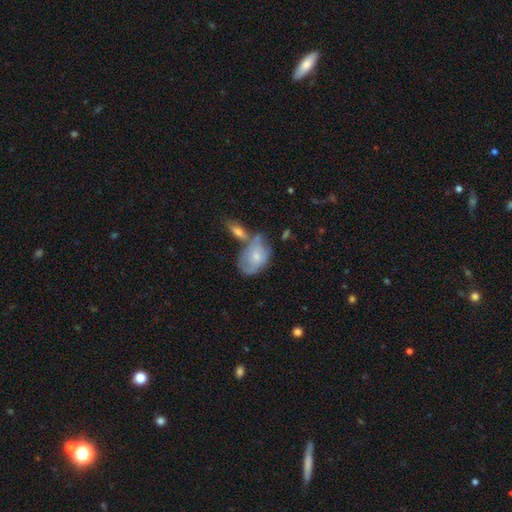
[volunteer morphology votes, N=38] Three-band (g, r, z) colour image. It shows a featured or disk galaxy (47%) with no bar (82%), medium (50%) spiral arms (71%) and a small central bulge (71%). Merging: minor disturbance (37%).